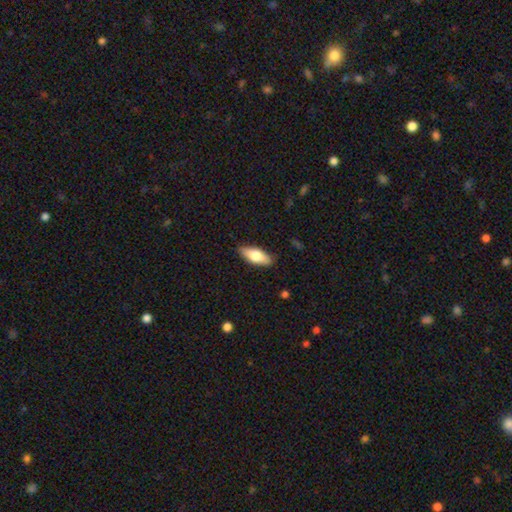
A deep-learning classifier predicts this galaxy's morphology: smooth_or_featured: smooth (p=0.68) [alt: featured or disk p=0.26]
how_rounded: in between (p=0.77) [alt: cigar-shaped p=0.21]
merging: none (p=0.87) [alt: minor disturbance p=0.10]